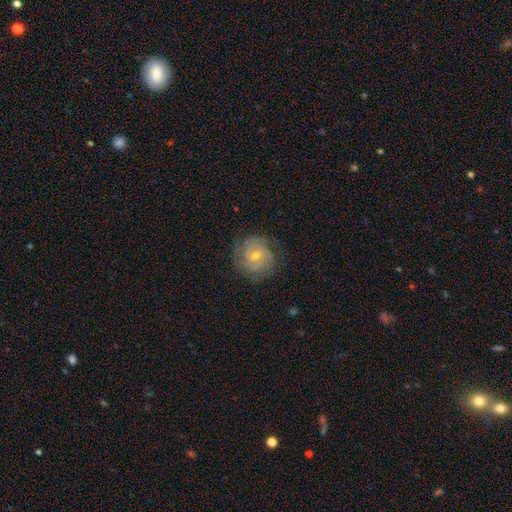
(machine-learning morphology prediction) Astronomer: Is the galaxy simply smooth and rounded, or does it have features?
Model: featured or disk — 72%.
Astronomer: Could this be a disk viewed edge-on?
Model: no — 97%.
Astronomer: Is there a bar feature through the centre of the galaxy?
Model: no — 59%.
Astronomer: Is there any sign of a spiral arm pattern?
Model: yes — 89%.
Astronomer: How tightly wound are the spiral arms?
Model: tight — 65%.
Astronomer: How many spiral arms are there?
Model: can't tell — 35% (runner-up: 2, 33%).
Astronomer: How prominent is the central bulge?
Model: small — 50% (runner-up: moderate, 46%).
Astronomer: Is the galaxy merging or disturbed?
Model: none — 78%.